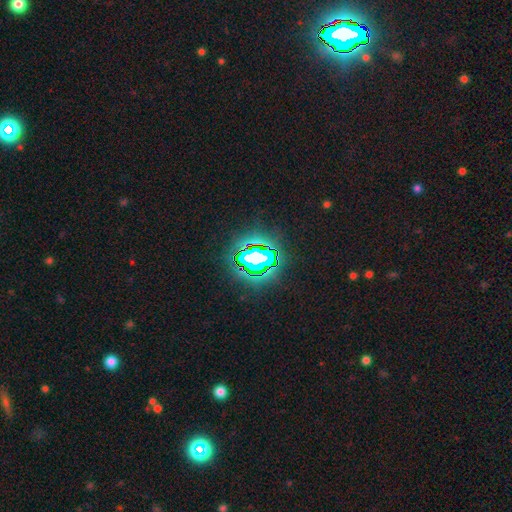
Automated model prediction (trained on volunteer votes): This appears to be a star or artifact, not a galaxy (78%).